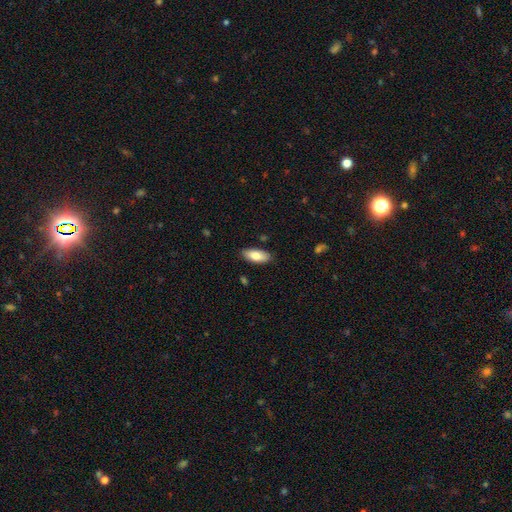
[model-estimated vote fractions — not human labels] Smooth or featured?
  - smooth: 81% *
  - featured or disk: 13%
  - star or artifact: 6%
How rounded?
  - in between: 85% *
  - cigar-shaped: 13%
  - round: 2%
Merging?
  - none: 87% *
  - minor disturbance: 10%
  - major disturbance: 2%
  - merger: 1%